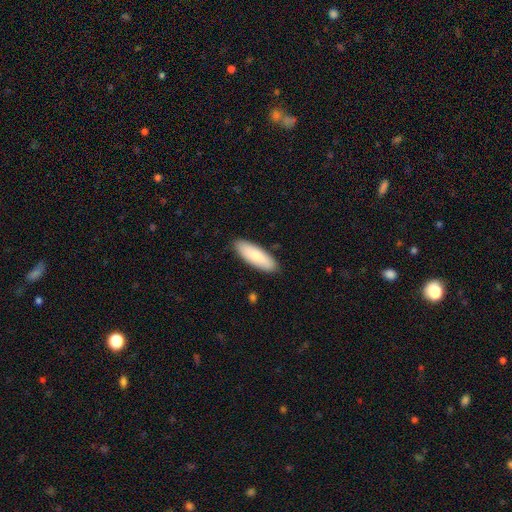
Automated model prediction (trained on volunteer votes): A smooth galaxy with no disk features (79%) that is in between round and cigar-shaped (62%).

Vote fractions:
- Smooth or featured? smooth: 79% / featured or disk: 16% / star or artifact: 5%
- How rounded? in between: 62% / cigar-shaped: 36% / round: 2%
- Merging? none: 88% / minor disturbance: 9% / major disturbance: 2% / merger: 1%